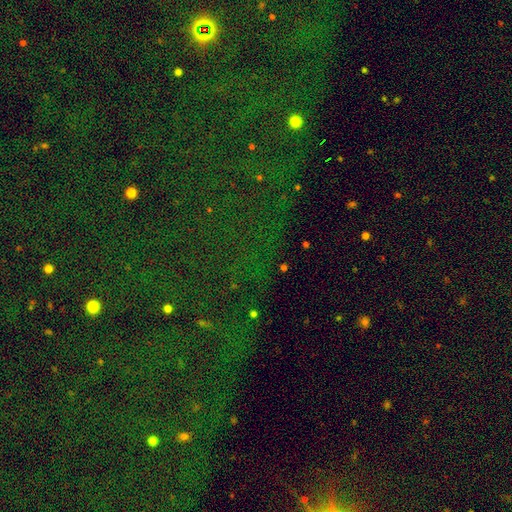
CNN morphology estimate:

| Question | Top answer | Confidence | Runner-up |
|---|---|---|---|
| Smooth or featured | star or artifact | 83% | smooth (9%) |